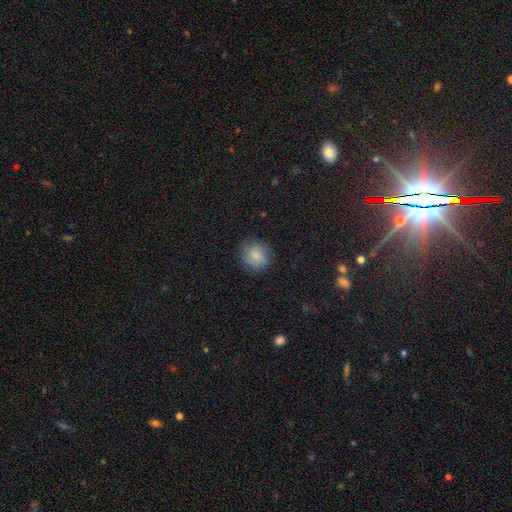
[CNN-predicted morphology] Smooth or featured? Predicted: smooth (p=0.81). How rounded? Predicted: round (p=0.87). Merging? Predicted: none (p=0.82).